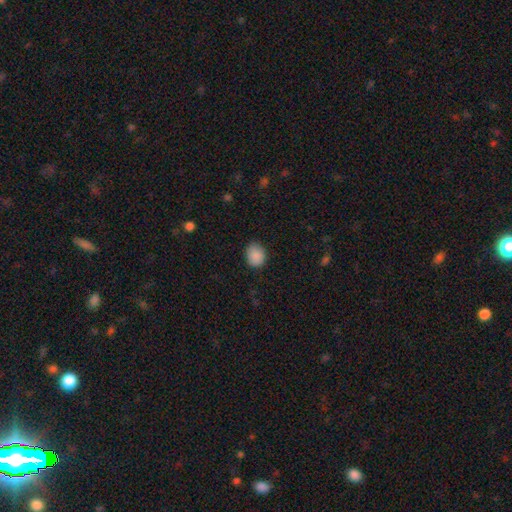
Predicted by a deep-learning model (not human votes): smooth_or_featured: smooth (p=0.88) [alt: star or artifact p=0.08]
how_rounded: in between (p=0.50) [alt: round p=0.49]
merging: none (p=0.77) [alt: minor disturbance p=0.19]